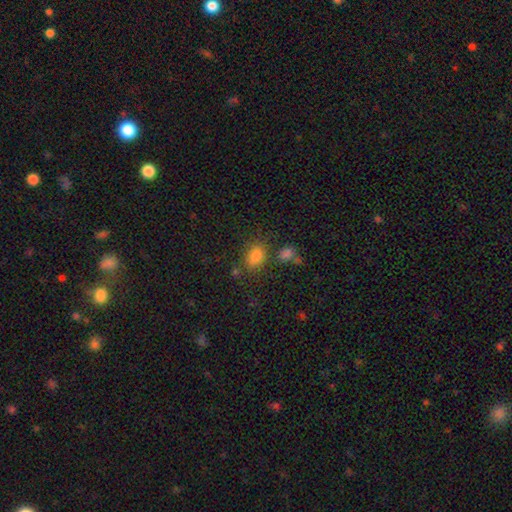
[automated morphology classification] Smooth or featured?
  - smooth: 79% *
  - star or artifact: 14%
  - featured or disk: 7%
How rounded?
  - in between: 69% *
  - round: 30%
  - cigar-shaped: 2%
Merging?
  - none: 64% *
  - minor disturbance: 16%
  - merger: 13%
  - major disturbance: 6%